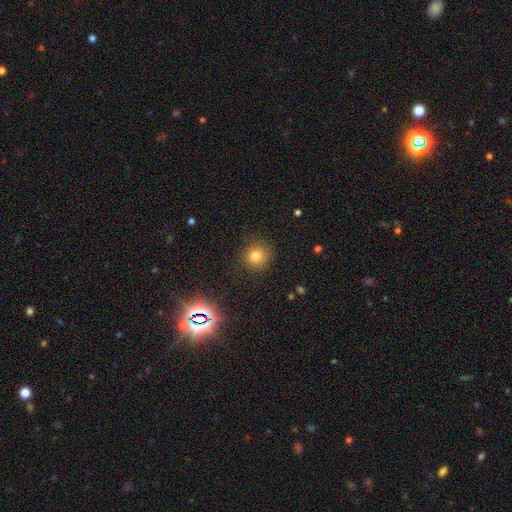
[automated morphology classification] A smooth galaxy with no disk features (77%) that is round (92%).

Vote fractions:
- Smooth or featured? smooth: 77% / star or artifact: 15% / featured or disk: 7%
- How rounded? round: 92% / in between: 7% / cigar-shaped: 1%
- Merging? none: 87% / minor disturbance: 9% / major disturbance: 3% / merger: 1%